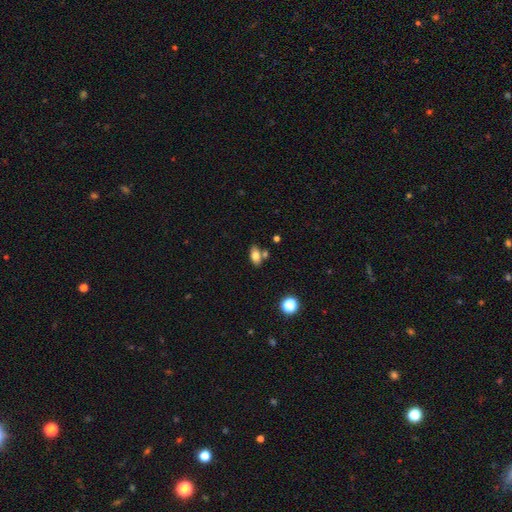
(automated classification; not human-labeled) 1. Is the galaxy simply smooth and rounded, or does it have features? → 75% smooth, 15% featured or disk, 10% star or artifact.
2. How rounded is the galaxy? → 88% in between, 7% round, 4% cigar-shaped.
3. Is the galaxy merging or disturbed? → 68% none, 17% merger, 12% minor disturbance, 3% major disturbance.